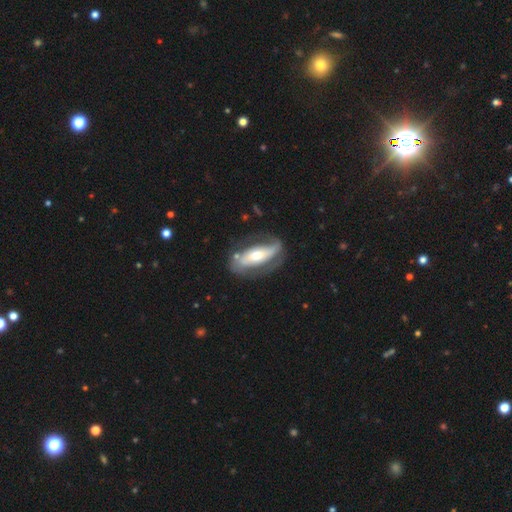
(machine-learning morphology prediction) Q: Smooth or featured?
A: featured or disk (72%); runner-up: smooth (23%)
Q: Edge-on disk?
A: no (86%); runner-up: yes (14%)
Q: Bar?
A: strong (48%); runner-up: no (30%)
Q: Spiral arms?
A: yes (77%); runner-up: no (23%)
Q: Bulge size?
A: moderate (61%); runner-up: small (23%)
Q: Merging?
A: none (66%); runner-up: minor disturbance (19%)